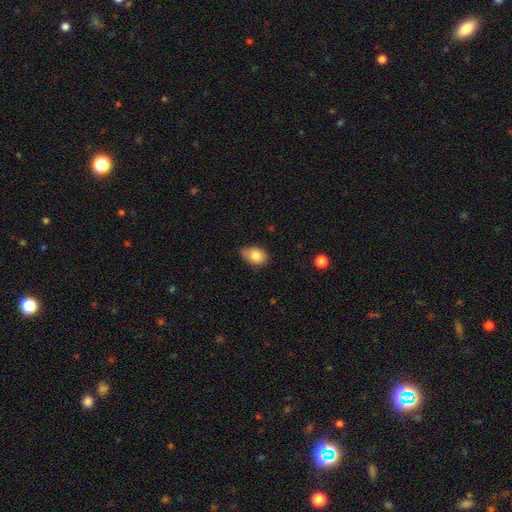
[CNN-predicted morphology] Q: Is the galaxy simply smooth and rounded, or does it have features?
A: smooth — 81%.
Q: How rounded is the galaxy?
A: in between — 75%.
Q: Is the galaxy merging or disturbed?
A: none — 54%.